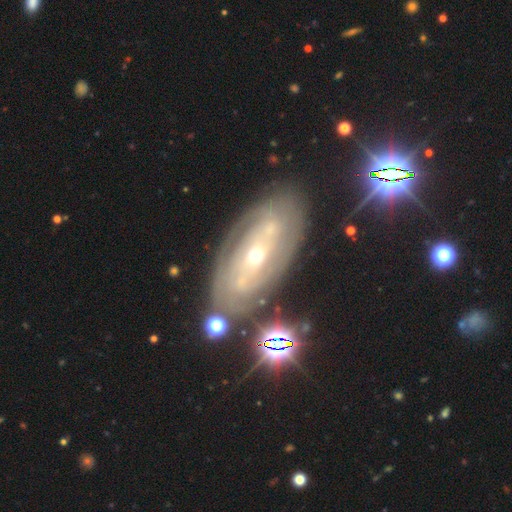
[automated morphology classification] Smooth or featured? Predicted: featured or disk (p=0.80). Edge-on disk? Predicted: no (p=0.91). Bar? Predicted: no (p=0.55). Spiral arms? Predicted: yes (p=0.86). Spiral winding? Predicted: tight (p=0.73). Spiral arm count? Predicted: can't tell (p=0.49). Bulge size? Predicted: small (p=0.63). Merging? Predicted: none (p=0.79).